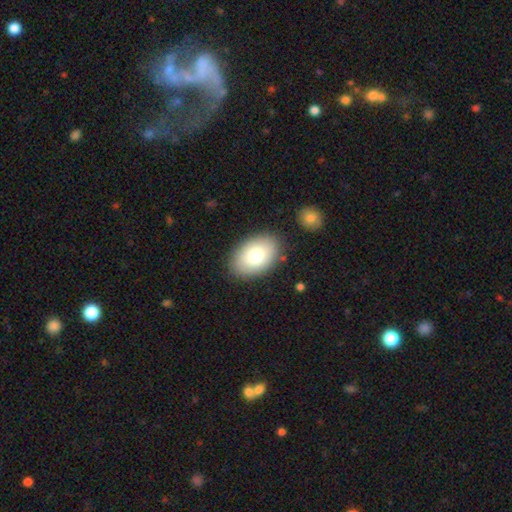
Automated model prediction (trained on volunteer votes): Smooth or featured? Predicted: smooth (p=0.79). How rounded? Predicted: in between (p=0.89). Merging? Predicted: none (p=0.85).